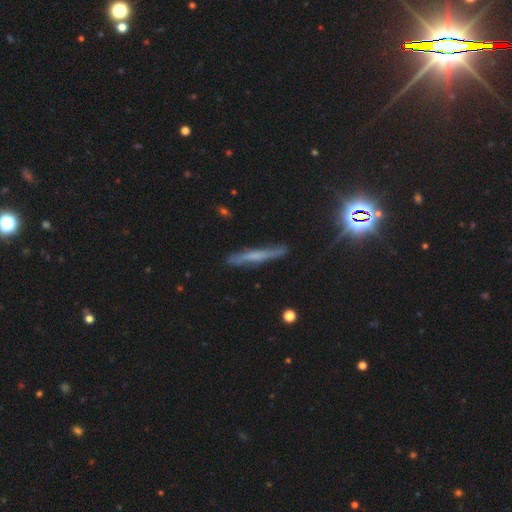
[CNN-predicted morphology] smooth-or-featured: featured or disk: 49% | smooth: 36% | star or artifact: 15%
  merging: none: 78% | minor disturbance: 17% | major disturbance: 4% | merger: 2%